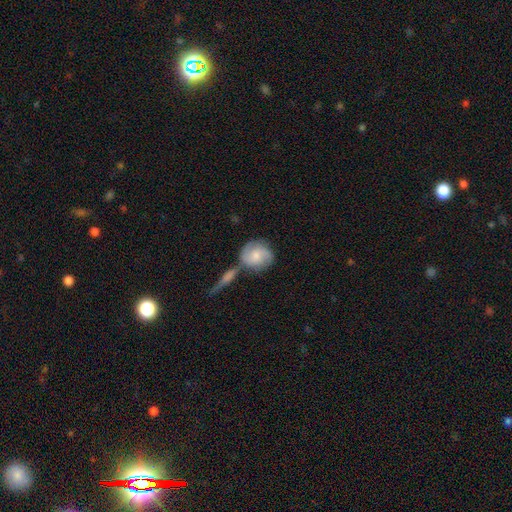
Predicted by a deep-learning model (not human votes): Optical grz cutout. It shows a featured or disk galaxy (48%). Merging: none (46%).